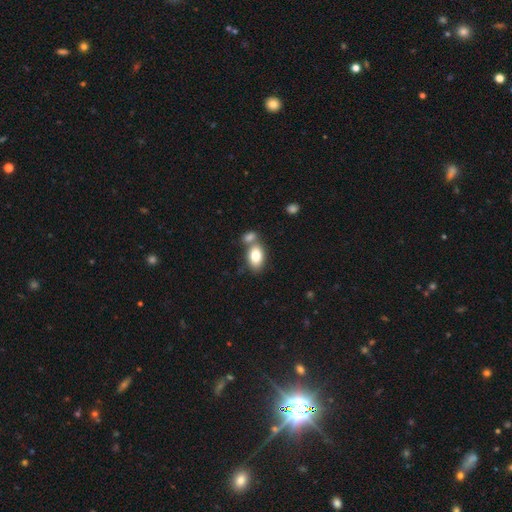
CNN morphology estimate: smooth 79%, featured or disk 13%, star or artifact 8%. Down the decision tree: how rounded — in between (88%); merging — none (47%).